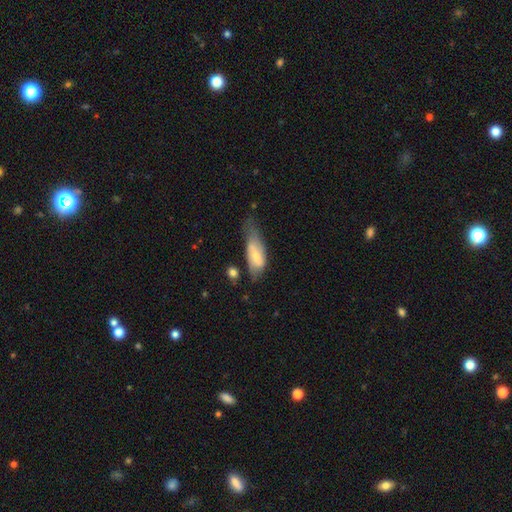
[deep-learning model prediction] A smooth galaxy with no disk features (64%) that is in between round and cigar-shaped (77%).

Vote fractions:
- Smooth or featured? smooth: 64% / featured or disk: 30% / star or artifact: 6%
- How rounded? in between: 77% / cigar-shaped: 20% / round: 3%
- Merging? minor disturbance: 37% / none: 30% / major disturbance: 26% / merger: 7%